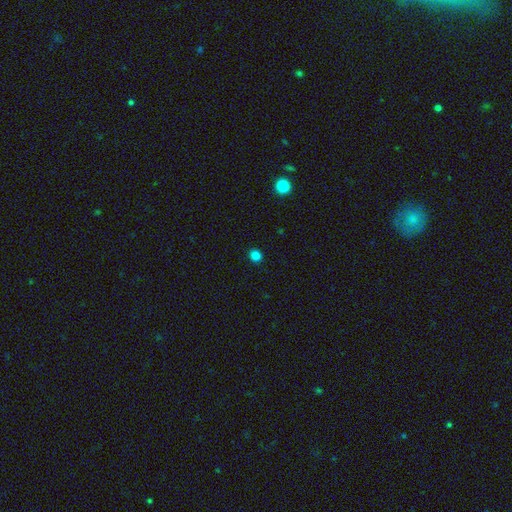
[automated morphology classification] smooth 83%, star or artifact 14%, featured or disk 3%. Down the decision tree: how rounded — round (86%); merging — none (92%).